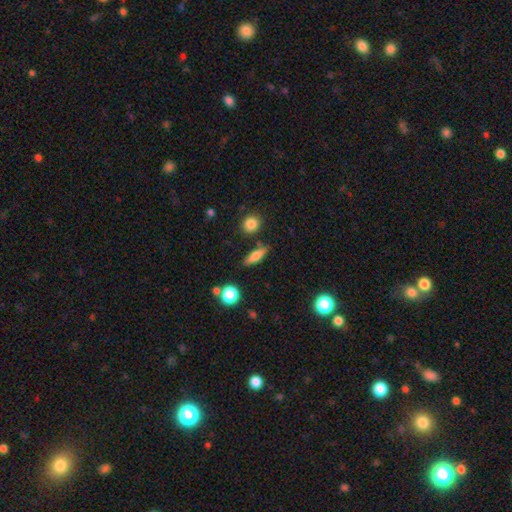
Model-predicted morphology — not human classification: Q: Smooth or featured?
A: smooth (67%); runner-up: featured or disk (25%)
Q: How rounded?
A: cigar-shaped (54%); runner-up: in between (40%)
Q: Merging?
A: none (81%); runner-up: minor disturbance (11%)